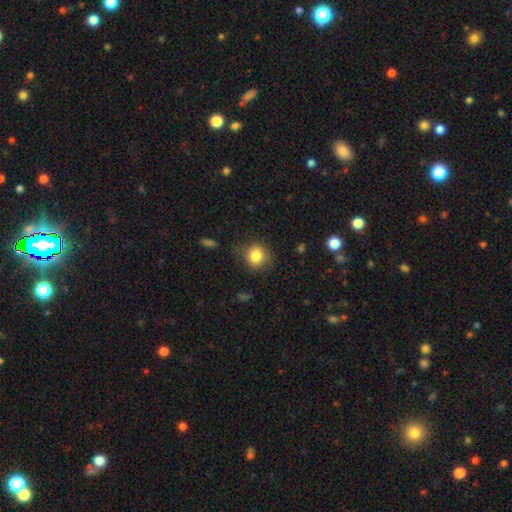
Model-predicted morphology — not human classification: Smooth or featured? smooth (83%)
How rounded? round (80%)
Merging? none (72%)